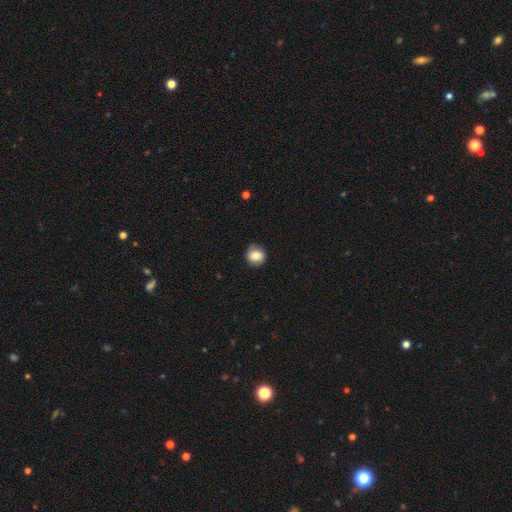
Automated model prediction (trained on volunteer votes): smooth-or-featured: smooth: 82% | featured or disk: 9% | star or artifact: 9%
  how-rounded: round: 85% | in between: 14% | cigar-shaped: 1%
  merging: none: 83% | minor disturbance: 13% | major disturbance: 3% | merger: 1%